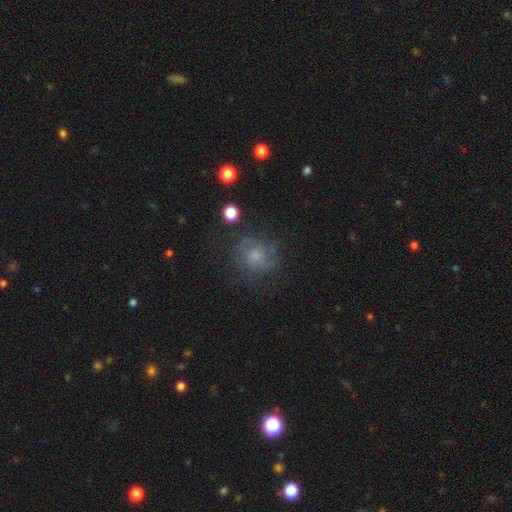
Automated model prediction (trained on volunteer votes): Smooth or featured? Predicted: featured or disk (p=0.43). Merging? Predicted: none (p=0.66).